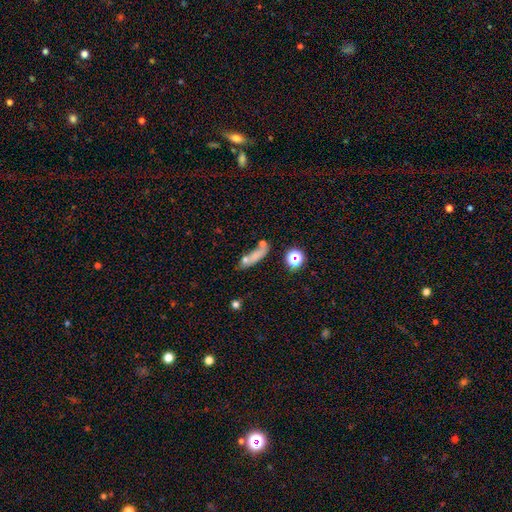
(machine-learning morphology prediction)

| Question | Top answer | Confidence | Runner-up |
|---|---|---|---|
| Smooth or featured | smooth | 65% | featured or disk (18%) |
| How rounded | cigar-shaped | 58% | in between (33%) |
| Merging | none | 50% | merger (23%) |